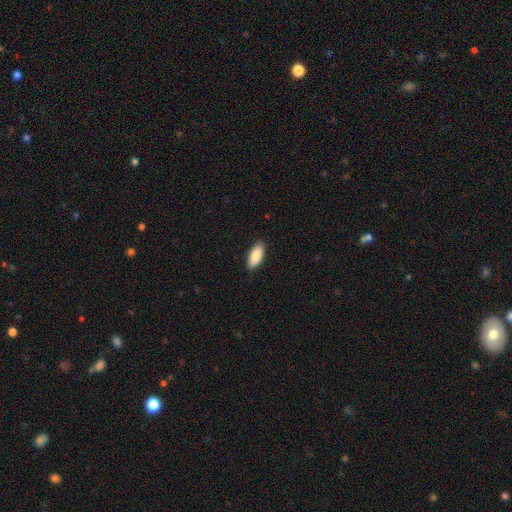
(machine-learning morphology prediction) type=smooth (86%); roundness=in between (87%); merging=none (88%).